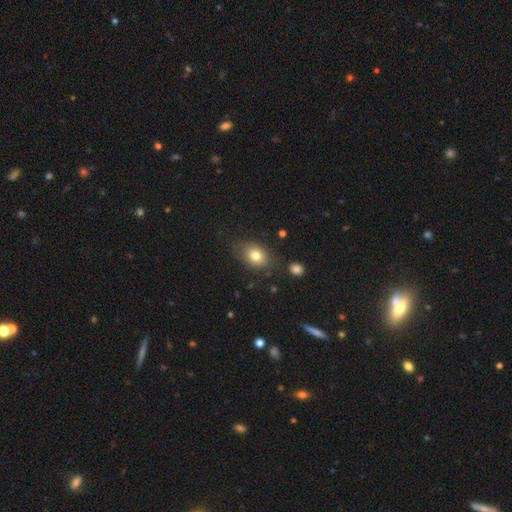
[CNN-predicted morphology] smooth 78%, featured or disk 12%, star or artifact 10%. Down the decision tree: how rounded — in between (71%); merging — none (75%).